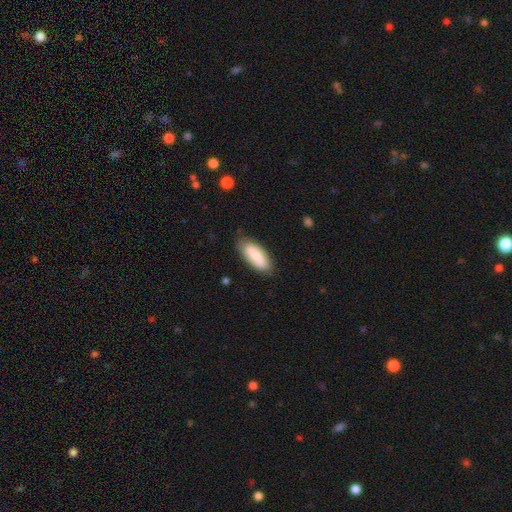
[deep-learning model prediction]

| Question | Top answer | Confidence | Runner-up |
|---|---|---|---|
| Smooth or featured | smooth | 83% | featured or disk (11%) |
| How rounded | in between | 81% | cigar-shaped (18%) |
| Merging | none | 81% | minor disturbance (15%) |